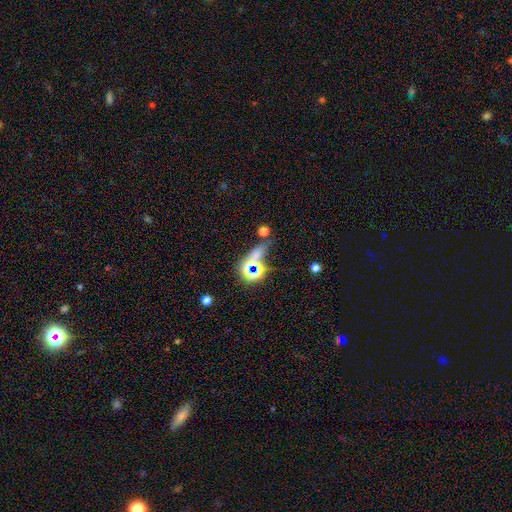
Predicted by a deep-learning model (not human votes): Smooth or featured: star or artifact — 49% (smooth — 38%)